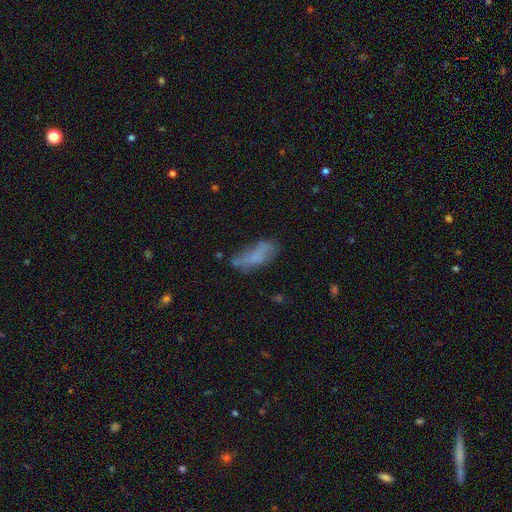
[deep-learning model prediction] A smooth galaxy with no disk features (61%) that is in between round and cigar-shaped (71%).

Vote fractions:
- Smooth or featured? smooth: 61% / featured or disk: 27% / star or artifact: 12%
- How rounded? in between: 71% / cigar-shaped: 26% / round: 3%
- Merging? none: 41% / minor disturbance: 29% / major disturbance: 21% / merger: 9%